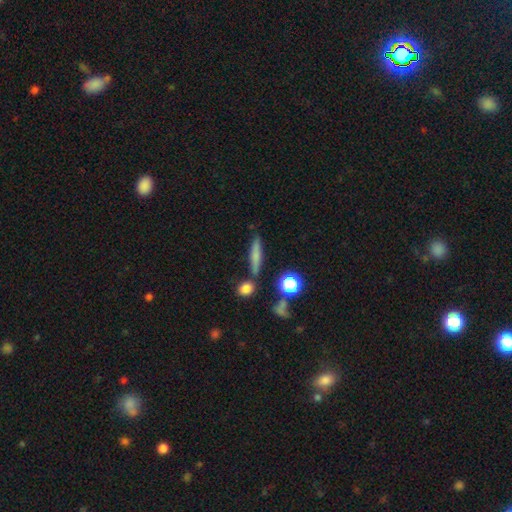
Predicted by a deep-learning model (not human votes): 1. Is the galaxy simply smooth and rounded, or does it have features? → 67% smooth, 23% featured or disk, 10% star or artifact.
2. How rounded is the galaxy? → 79% cigar-shaped, 14% in between, 7% round.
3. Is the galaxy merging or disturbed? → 77% none, 11% minor disturbance, 8% merger, 4% major disturbance.